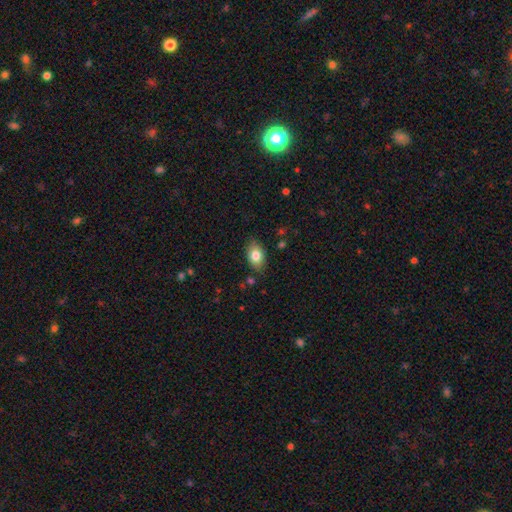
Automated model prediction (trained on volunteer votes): This is clearly a smooth galaxy (80%). How rounded: clearly in between (87%). Merging: clearly none (83%).